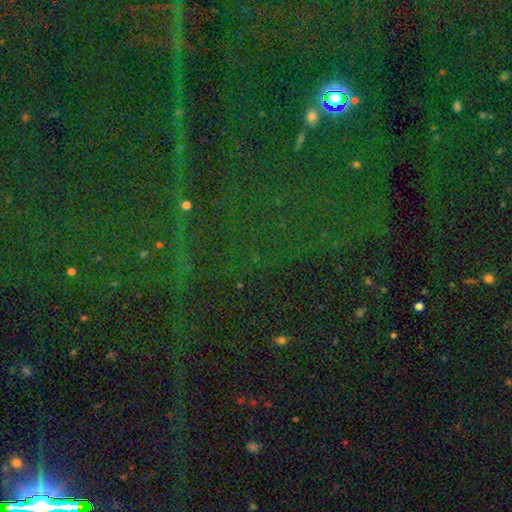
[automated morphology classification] Q: Smooth or featured?
A: star or artifact (84%); runner-up: smooth (9%)